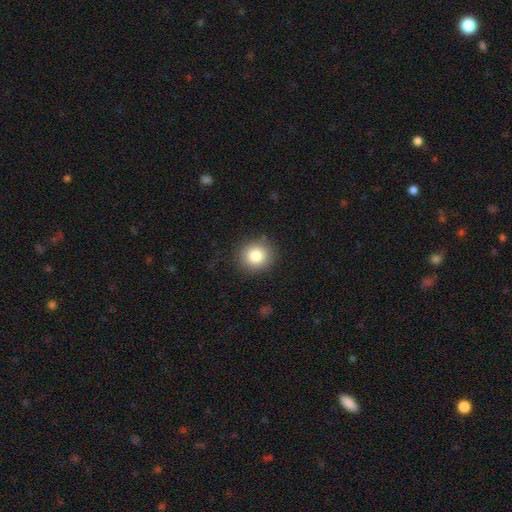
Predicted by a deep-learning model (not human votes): A smooth galaxy with no disk features (81%) that is round (86%). Merging: none (87%).